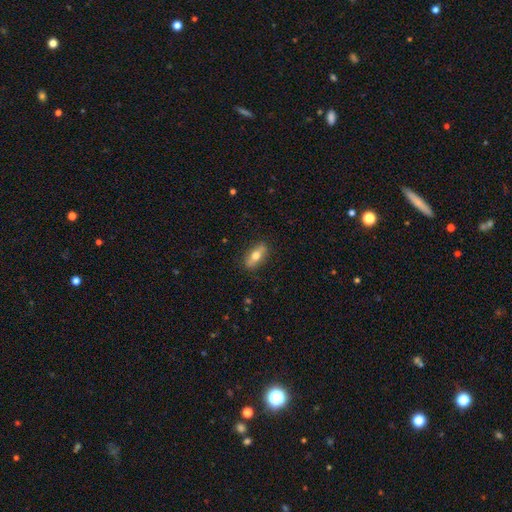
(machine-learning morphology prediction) smooth-or-featured: smooth: 61% | featured or disk: 33% | star or artifact: 7%
  how-rounded: in between: 69% | cigar-shaped: 27% | round: 4%
  merging: none: 86% | minor disturbance: 10% | major disturbance: 2% | merger: 1%